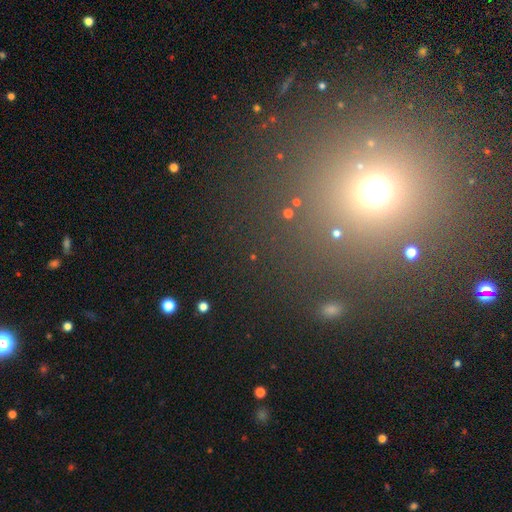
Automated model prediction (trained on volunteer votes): Morphology: type=star or artifact (58%).